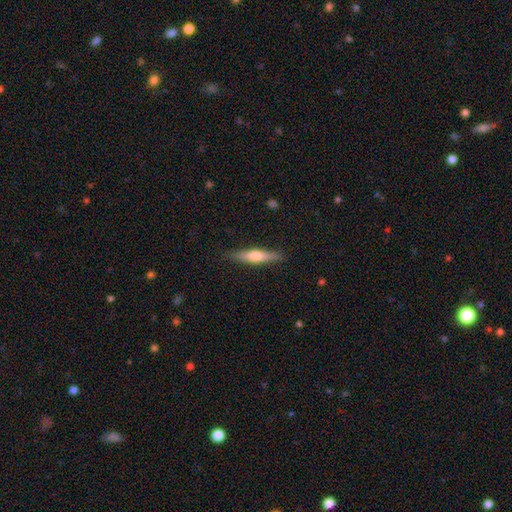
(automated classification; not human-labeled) Smooth or featured? Predicted: smooth (p=0.49). Merging? Predicted: none (p=0.87).